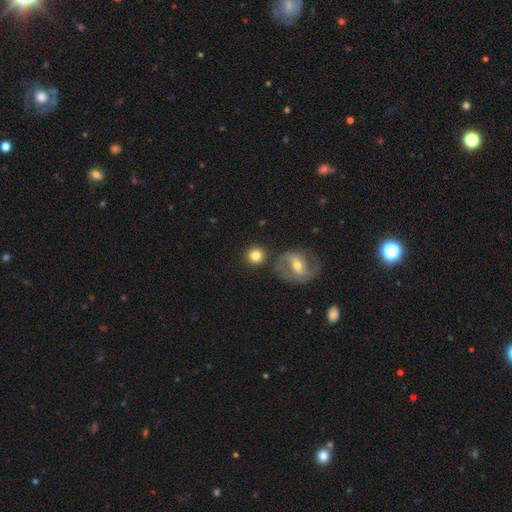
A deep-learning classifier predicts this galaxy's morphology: The model was most divided on "smooth or featured": smooth: 78%, featured or disk: 14%, star or artifact: 8%. More confident: how rounded — round (91%); merging — none (77%).